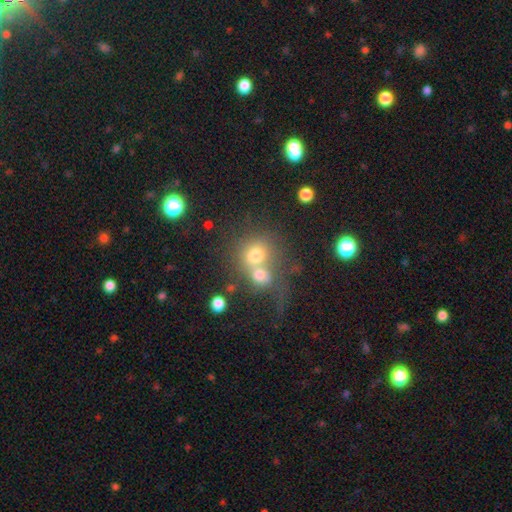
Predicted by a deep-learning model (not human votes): Morphology: type=smooth (67%); roundness=round (78%); merging=merger (62%).